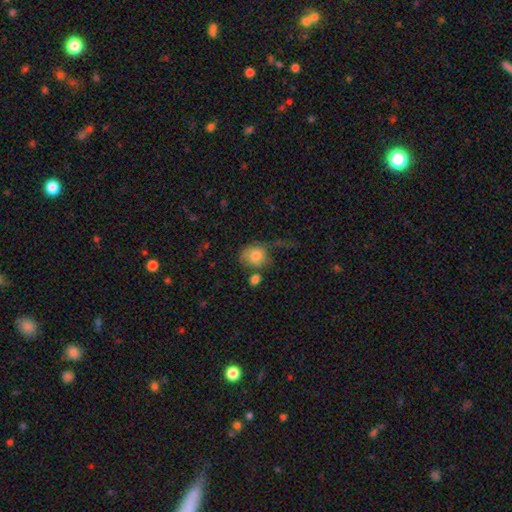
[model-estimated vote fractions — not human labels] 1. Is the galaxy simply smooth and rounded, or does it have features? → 74% smooth, 18% featured or disk, 8% star or artifact.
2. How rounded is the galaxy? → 64% round, 35% in between, 1% cigar-shaped.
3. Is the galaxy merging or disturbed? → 36% none, 25% minor disturbance, 24% major disturbance, 15% merger.